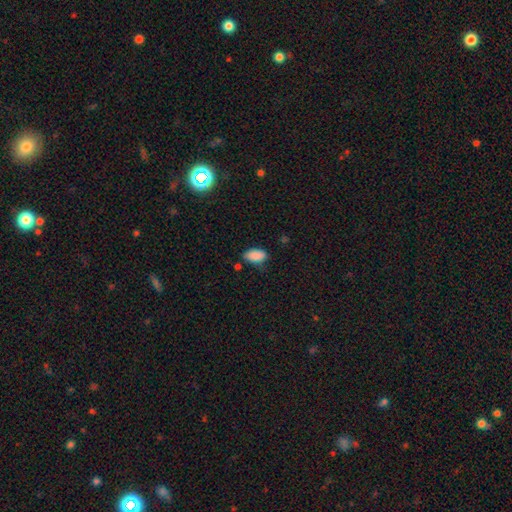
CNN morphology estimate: A smooth galaxy with no disk features (88%) that is in between round and cigar-shaped (93%).

Vote fractions:
- Smooth or featured? smooth: 88% / star or artifact: 8% / featured or disk: 4%
- How rounded? in between: 93% / round: 4% / cigar-shaped: 2%
- Merging? none: 70% / minor disturbance: 22% / major disturbance: 4% / merger: 3%